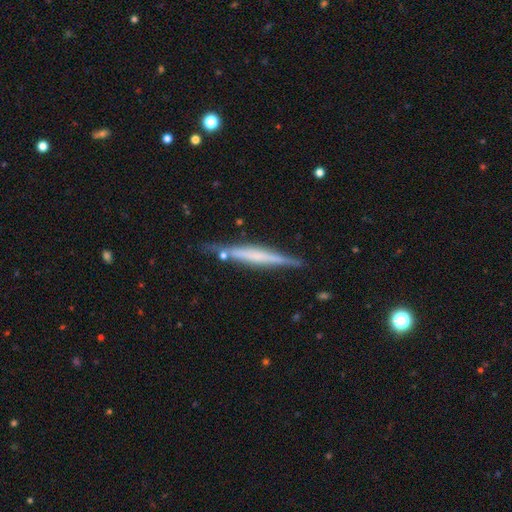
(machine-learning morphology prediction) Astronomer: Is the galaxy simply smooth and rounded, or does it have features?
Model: featured or disk — 61%.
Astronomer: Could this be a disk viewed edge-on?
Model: yes — 96%.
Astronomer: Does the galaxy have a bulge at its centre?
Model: none — 51%.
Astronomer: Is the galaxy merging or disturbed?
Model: none — 76%.